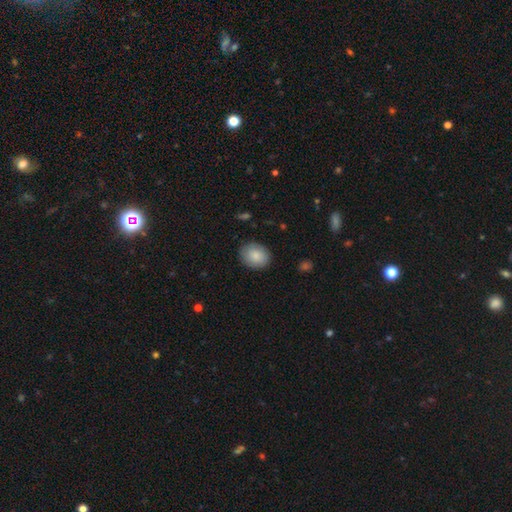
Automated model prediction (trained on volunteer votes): smooth-or-featured: smooth: 85% | featured or disk: 8% | star or artifact: 6%
  how-rounded: in between: 52% | round: 47% | cigar-shaped: 1%
  merging: none: 85% | minor disturbance: 12% | major disturbance: 3% | merger: 1%